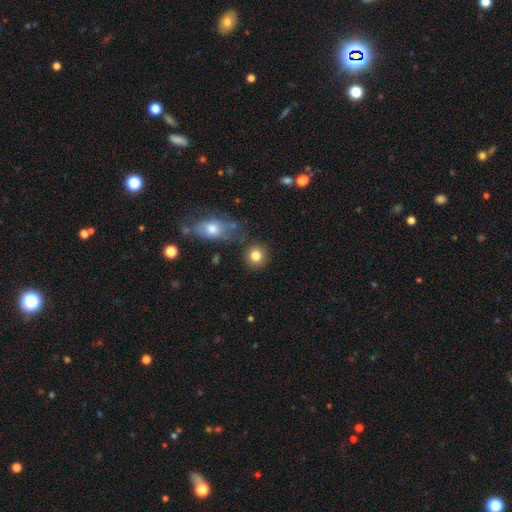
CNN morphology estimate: Smooth or featured? smooth (83%)
How rounded? round (89%)
Merging? none (81%)